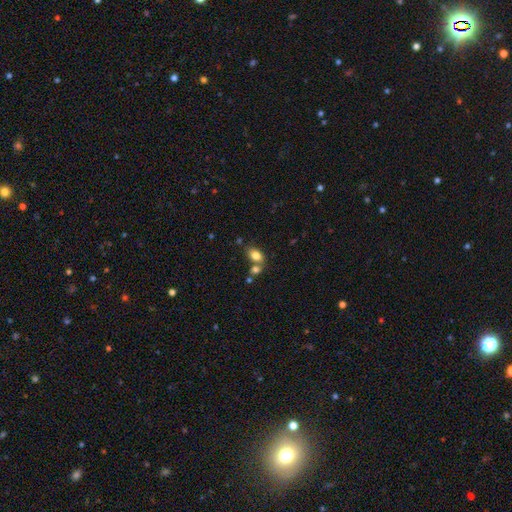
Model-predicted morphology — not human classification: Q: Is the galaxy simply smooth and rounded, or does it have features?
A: smooth — 81%.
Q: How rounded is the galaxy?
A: in between — 83%.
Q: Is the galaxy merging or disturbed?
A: none — 54%.